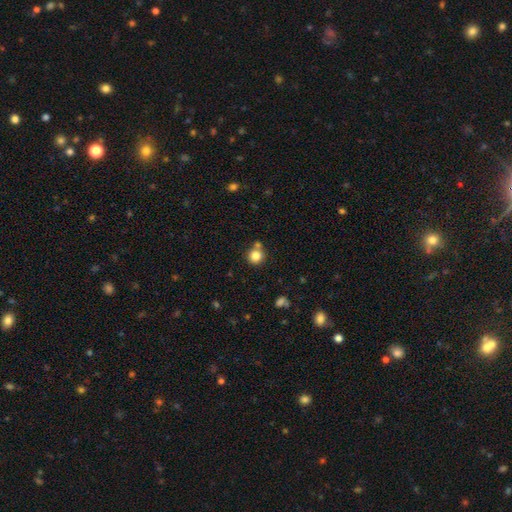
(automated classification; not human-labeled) This appears to be a smooth galaxy with no disk features (83%) that is round (92%). Merging: none (69%).